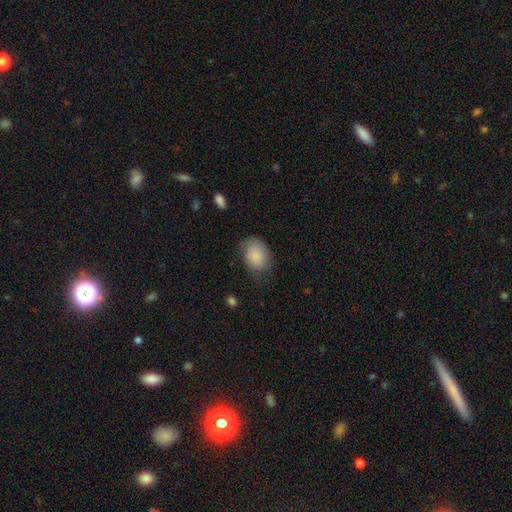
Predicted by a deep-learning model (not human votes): A smooth galaxy with no disk features (86%) that is in between round and cigar-shaped (73%). Merging: none (64%).